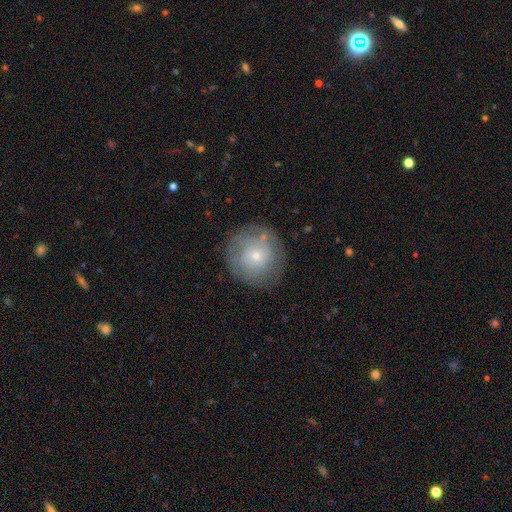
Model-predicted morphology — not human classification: This appears to be a smooth galaxy with no disk features (47%). Merging: none (80%).